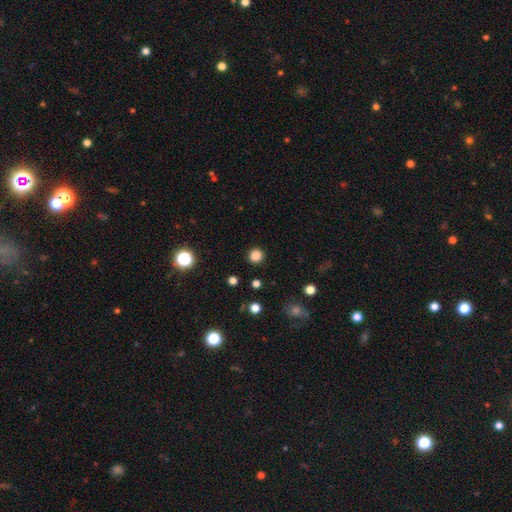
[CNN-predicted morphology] smooth_or_featured: smooth (p=0.83) [alt: star or artifact p=0.13]
how_rounded: round (p=0.93) [alt: in between p=0.06]
merging: none (p=0.92) [alt: minor disturbance p=0.05]